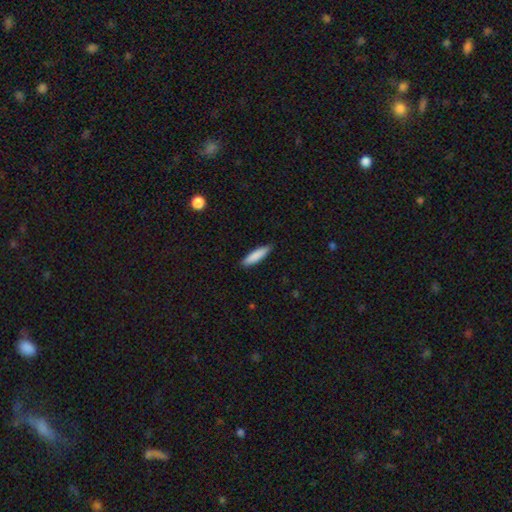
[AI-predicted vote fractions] This is clearly a smooth galaxy (86%). How rounded: likely cigar-shaped (71%). Merging: clearly none (87%).